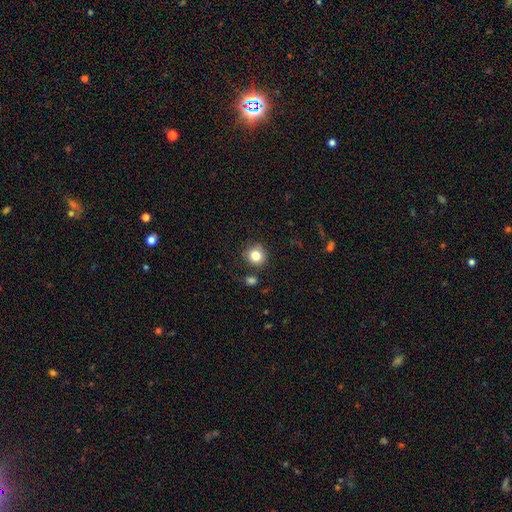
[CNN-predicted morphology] smooth 82%, star or artifact 11%, featured or disk 7%. Down the decision tree: how rounded — round (88%); merging — none (81%).